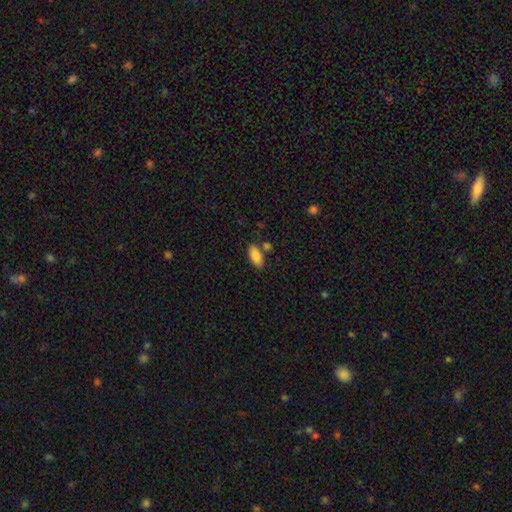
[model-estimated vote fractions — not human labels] This is clearly a smooth galaxy (87%). How rounded: clearly in between (89%). Merging: likely none (71%).